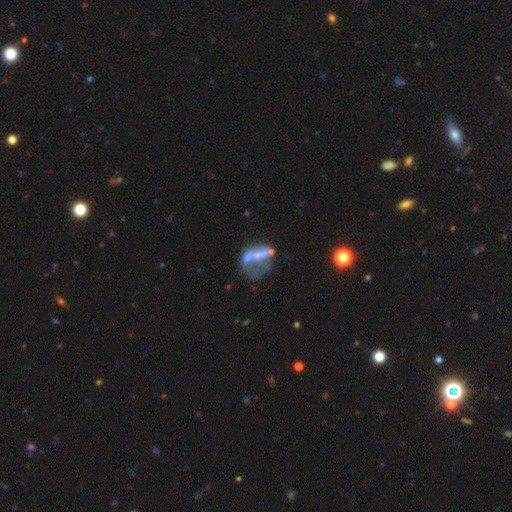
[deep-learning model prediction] smooth-or-featured: featured or disk: 58% | smooth: 30% | star or artifact: 12%
  disk-edge-on: no: 94% | yes: 6%
    bar: no: 57% | weak: 23% | strong: 20%
    has-spiral-arms: no: 73% | yes: 27%
    bulge-size: none: 45% | small: 33% | moderate: 18% | large: 3% | dominant: 1%
  merging: major disturbance: 41% | none: 25% | merger: 17% | minor disturbance: 17%